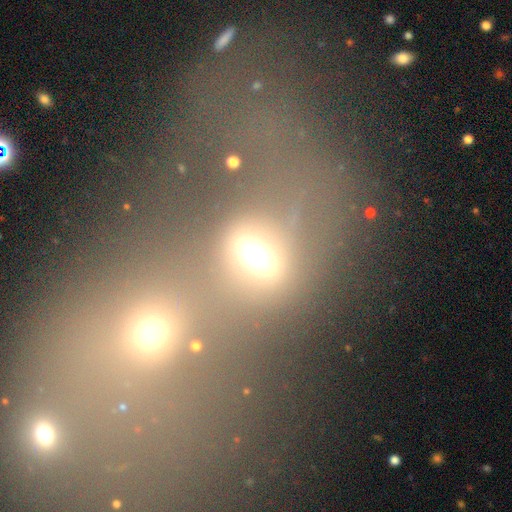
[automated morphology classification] This appears to be a smooth galaxy with no disk features (43%). Merging: none (66%).